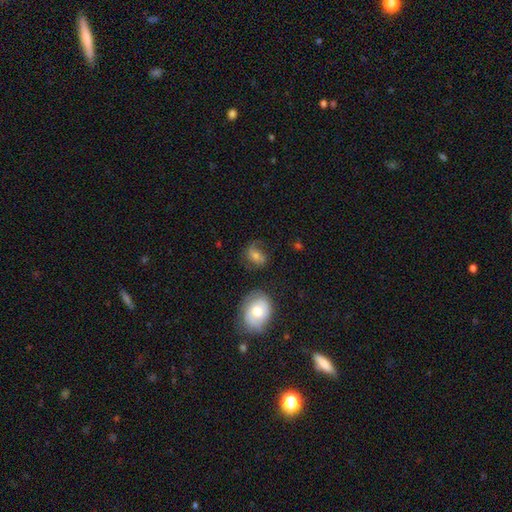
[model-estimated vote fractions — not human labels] featured or disk 47%, smooth 39%, star or artifact 14%. Down the decision tree: merging — none (57%).